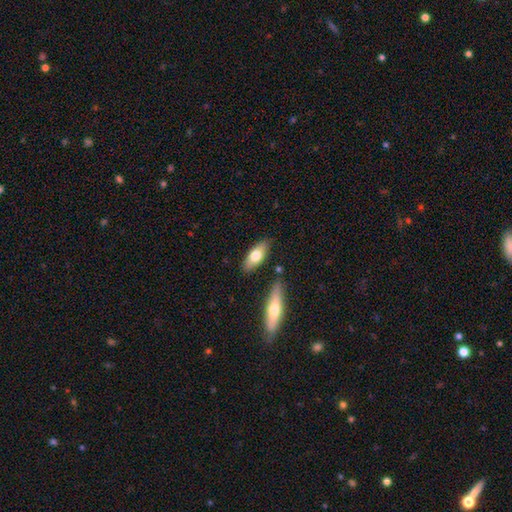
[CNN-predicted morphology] A smooth galaxy with no disk features (71%) that is in between round and cigar-shaped (73%). Merging: none (80%).